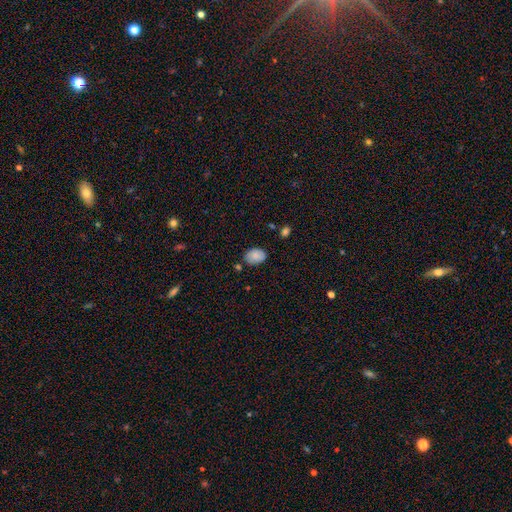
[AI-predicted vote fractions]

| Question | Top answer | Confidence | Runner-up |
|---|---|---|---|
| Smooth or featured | smooth | 85% | star or artifact (7%) |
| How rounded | in between | 77% | round (22%) |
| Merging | none | 78% | minor disturbance (15%) |